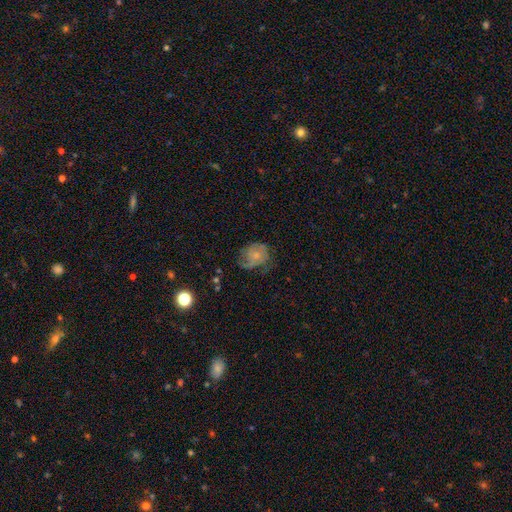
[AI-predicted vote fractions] smooth 46%, featured or disk 45%, star or artifact 9%. Down the decision tree: merging — none (44%).